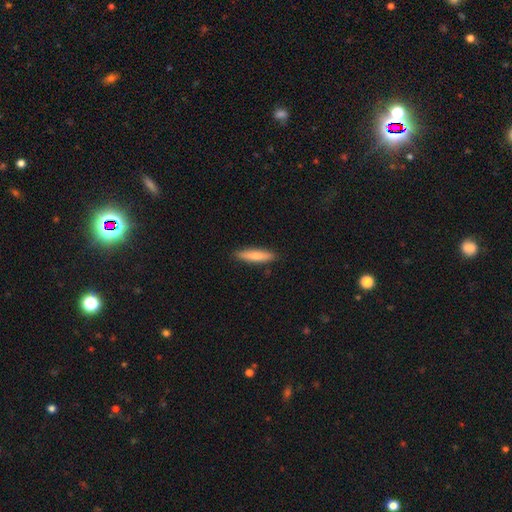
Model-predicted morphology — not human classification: Q: Smooth or featured?
A: smooth (75%); runner-up: featured or disk (19%)
Q: How rounded?
A: cigar-shaped (81%); runner-up: in between (18%)
Q: Merging?
A: none (89%); runner-up: minor disturbance (8%)